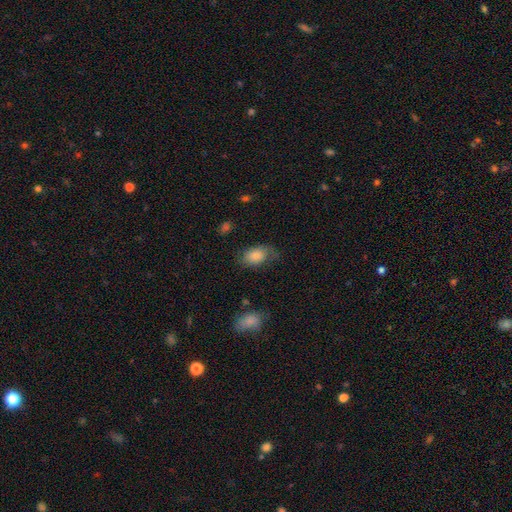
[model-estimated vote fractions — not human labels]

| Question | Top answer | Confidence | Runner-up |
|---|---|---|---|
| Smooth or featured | smooth | 79% | featured or disk (13%) |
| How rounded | in between | 87% | round (11%) |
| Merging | none | 57% | minor disturbance (28%) |